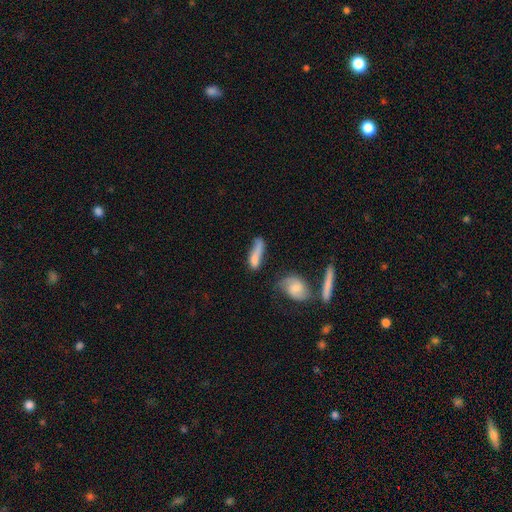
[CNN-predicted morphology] Q: Smooth or featured?
A: smooth (67%); runner-up: featured or disk (24%)
Q: How rounded?
A: cigar-shaped (57%); runner-up: in between (40%)
Q: Merging?
A: none (33%); runner-up: minor disturbance (28%)